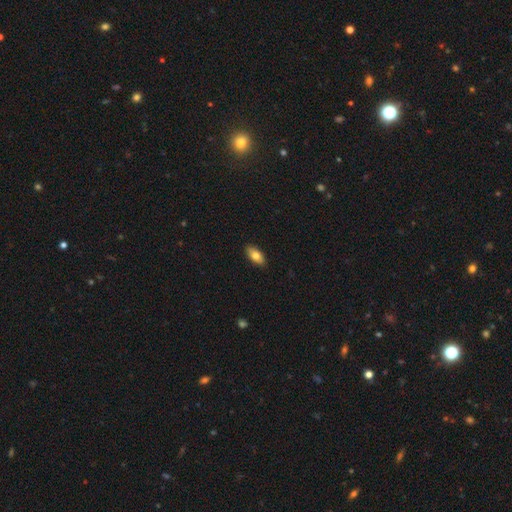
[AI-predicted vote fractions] Smooth or featured? smooth (79%)
How rounded? in between (89%)
Merging? none (90%)